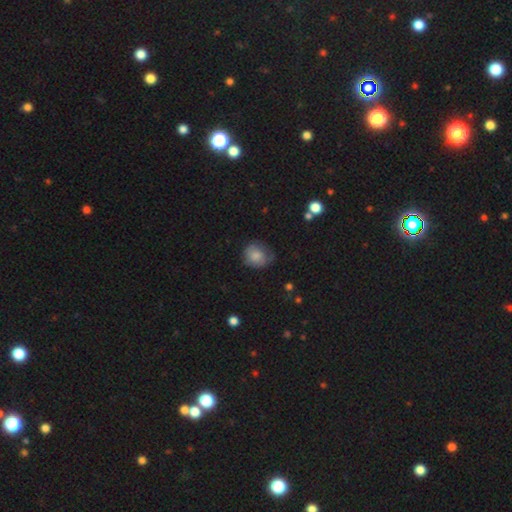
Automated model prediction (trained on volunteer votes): This is likely a smooth galaxy (76%). How rounded: likely round (77%). Merging: likely none (61%).